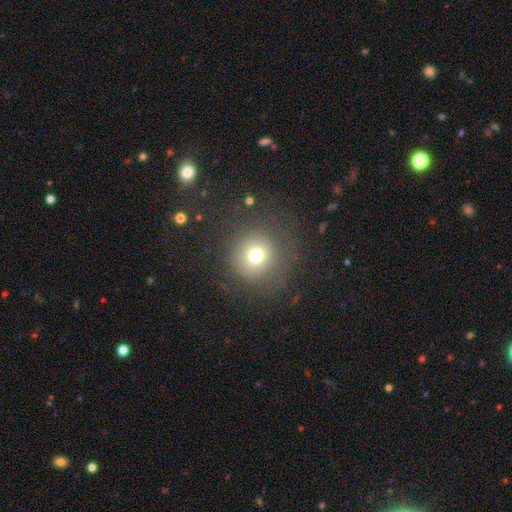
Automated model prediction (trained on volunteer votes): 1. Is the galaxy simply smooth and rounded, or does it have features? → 72% smooth, 17% star or artifact, 11% featured or disk.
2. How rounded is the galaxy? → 93% round, 6% in between, 1% cigar-shaped.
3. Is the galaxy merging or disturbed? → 80% none, 10% minor disturbance, 8% major disturbance, 1% merger.